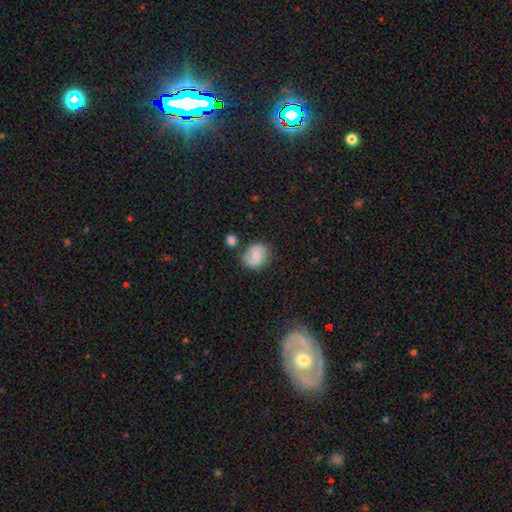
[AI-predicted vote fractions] Smooth or featured? Predicted: smooth (p=0.64). How rounded? Predicted: round (p=0.71). Merging? Predicted: none (p=0.65).